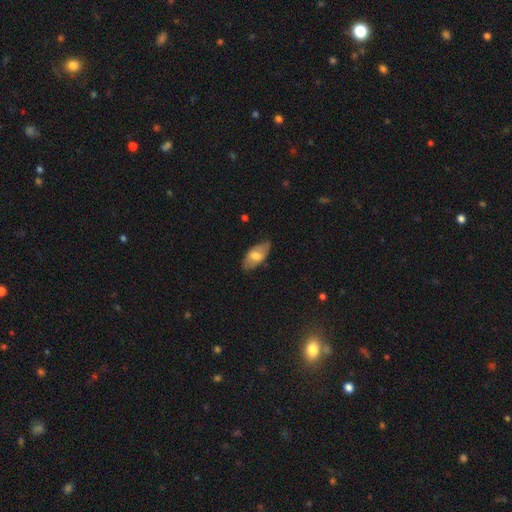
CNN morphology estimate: Smooth or featured? Predicted: smooth (p=0.63). How rounded? Predicted: in between (p=0.91). Merging? Predicted: none (p=0.75).